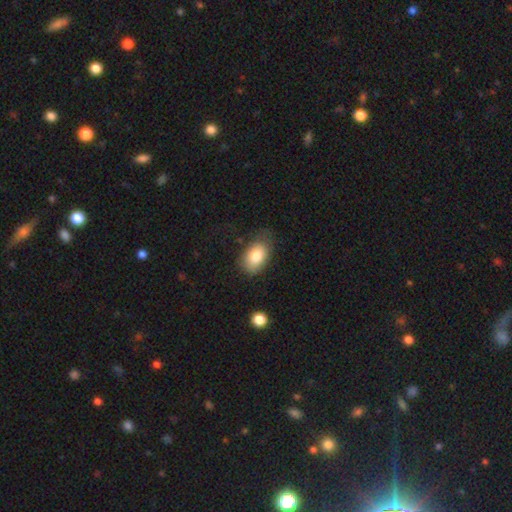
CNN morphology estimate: Smooth or featured: smooth — 81% (featured or disk — 12%)
How rounded: in between — 89% (round — 10%)
Merging: none — 66% (minor disturbance — 25%)